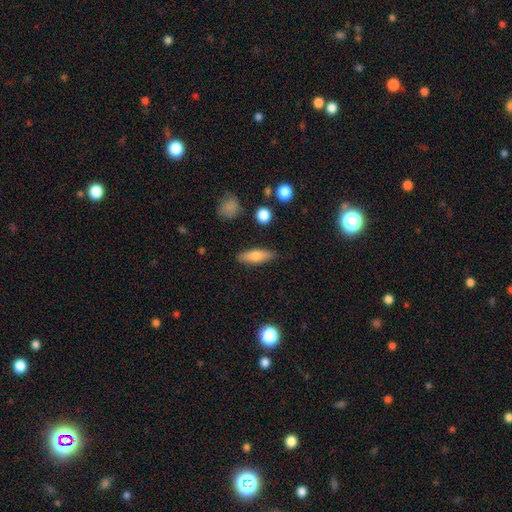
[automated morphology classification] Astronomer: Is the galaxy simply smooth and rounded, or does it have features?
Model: smooth — 75%.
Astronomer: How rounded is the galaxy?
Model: in between — 51% (runner-up: cigar-shaped, 46%).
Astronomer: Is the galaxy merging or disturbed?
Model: none — 86%.